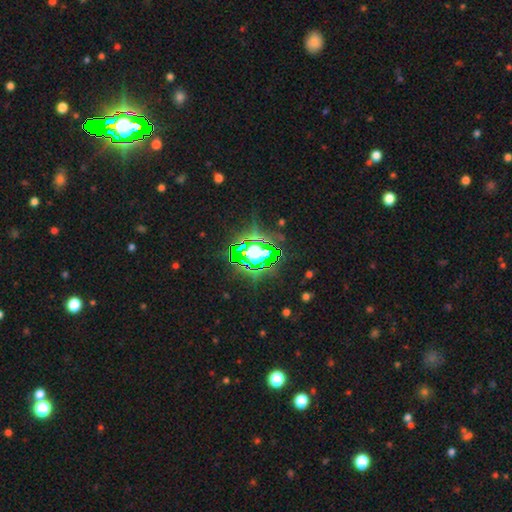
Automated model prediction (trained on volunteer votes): A star or artifact, not a galaxy (62%).

Vote fractions:
- Smooth or featured? star or artifact: 62% / smooth: 21% / featured or disk: 17%